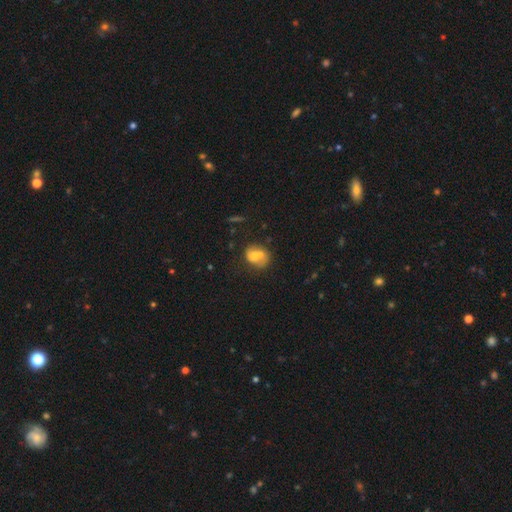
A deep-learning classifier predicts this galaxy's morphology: smooth 62%, featured or disk 28%, star or artifact 10%. Down the decision tree: how rounded — round (51%); merging — merger (50%).